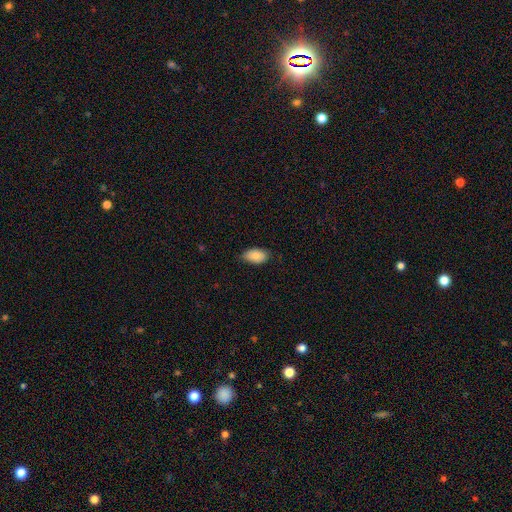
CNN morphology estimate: Smooth or featured?
  - smooth: 86% *
  - featured or disk: 7%
  - star or artifact: 7%
How rounded?
  - in between: 94% *
  - round: 4%
  - cigar-shaped: 2%
Merging?
  - none: 78% *
  - minor disturbance: 18%
  - major disturbance: 3%
  - merger: 1%